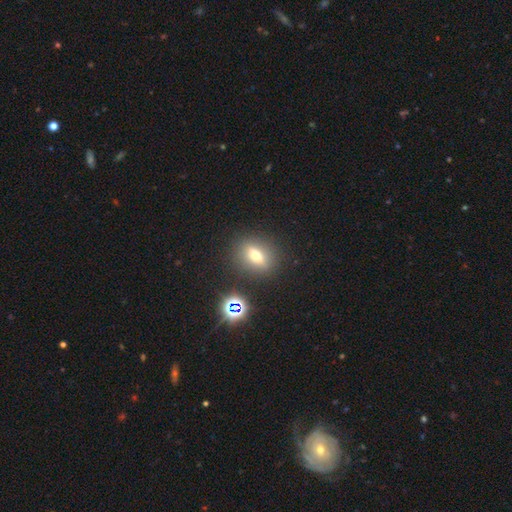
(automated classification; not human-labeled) Overall: smooth (51%; featured or disk 30%). How rounded: in between (51%; round 35%). Merging: none (86%).